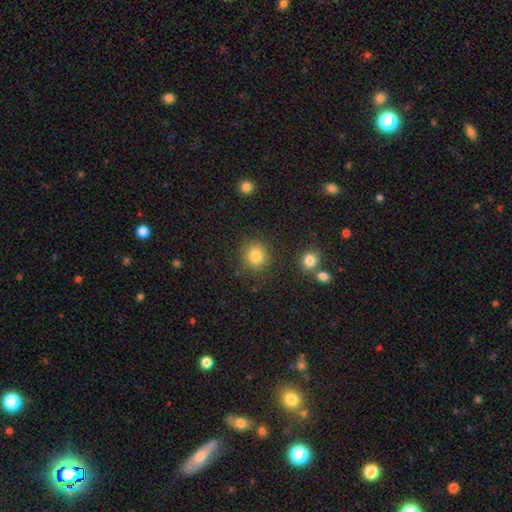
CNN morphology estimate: Q: Smooth or featured?
A: smooth (83%); runner-up: star or artifact (11%)
Q: How rounded?
A: round (87%); runner-up: in between (12%)
Q: Merging?
A: none (84%); runner-up: minor disturbance (8%)